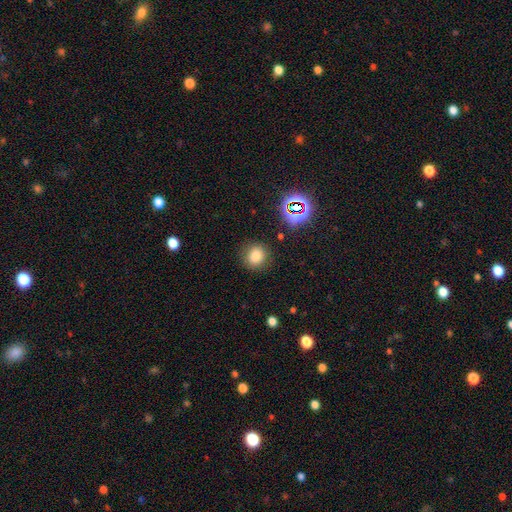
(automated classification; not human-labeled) smooth 77%, star or artifact 17%, featured or disk 7%. Down the decision tree: how rounded — round (85%); merging — none (85%).